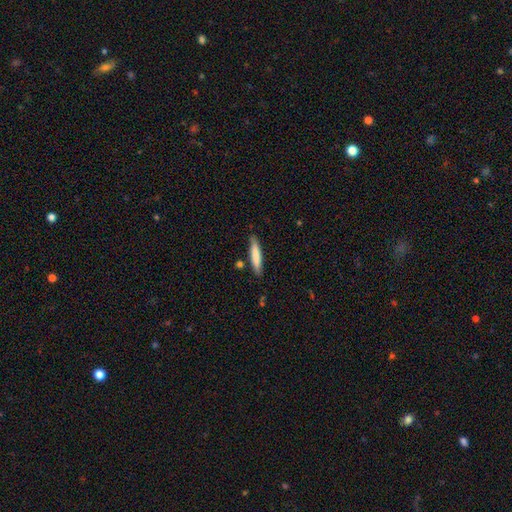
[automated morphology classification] Smooth or featured? smooth (77%)
How rounded? cigar-shaped (89%)
Merging? none (84%)